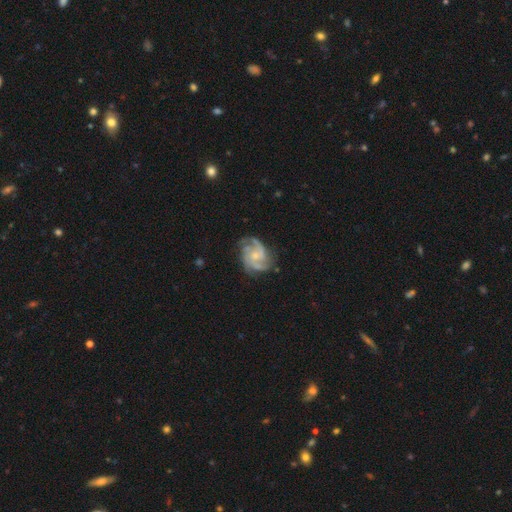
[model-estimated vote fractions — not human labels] This appears to be a featured or disk galaxy (86%) with no bar (67%), 3 (40%) medium (51%) spiral arms (96%) and a small central bulge (53%). Merging: none (69%).